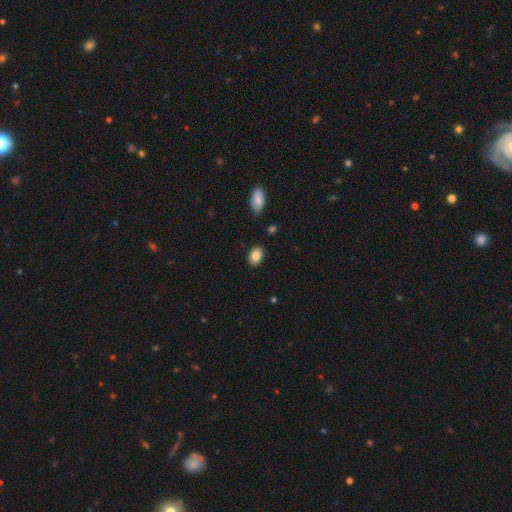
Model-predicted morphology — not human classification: The model was most divided on "how rounded": in between: 84%, round: 15%, cigar-shaped: 1%. More confident: merging — none (86%); smooth or featured — smooth (86%).